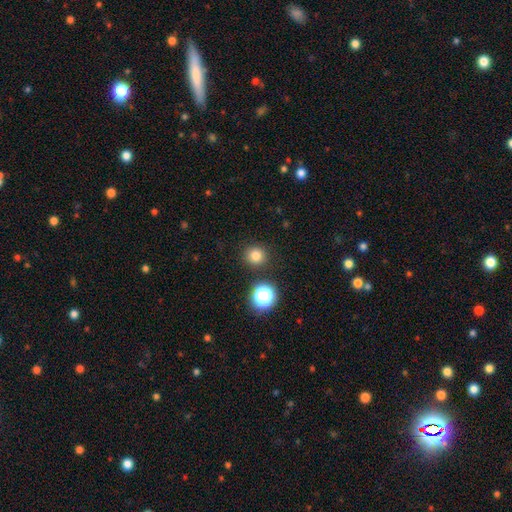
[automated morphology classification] type=smooth (79%); roundness=round (93%); merging=none (89%).